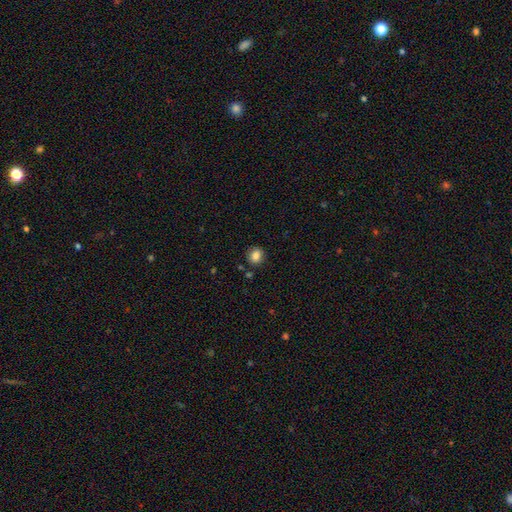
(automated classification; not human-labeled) Smooth or featured?
  - smooth: 84% *
  - star or artifact: 10%
  - featured or disk: 6%
How rounded?
  - round: 84% *
  - in between: 15%
  - cigar-shaped: 1%
Merging?
  - none: 88% *
  - minor disturbance: 8%
  - merger: 2%
  - major disturbance: 2%